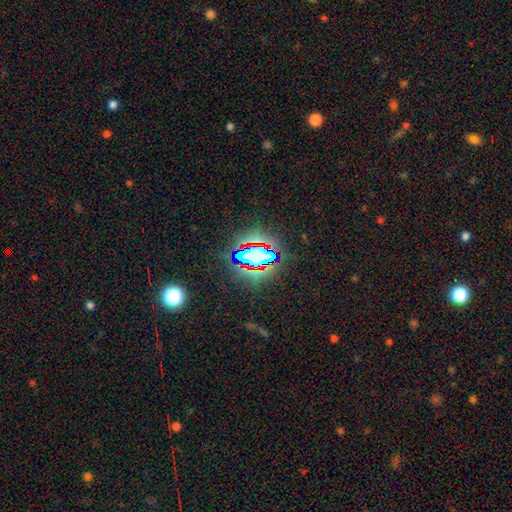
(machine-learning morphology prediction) This is likely a star or artifact rather than a galaxy (65%).